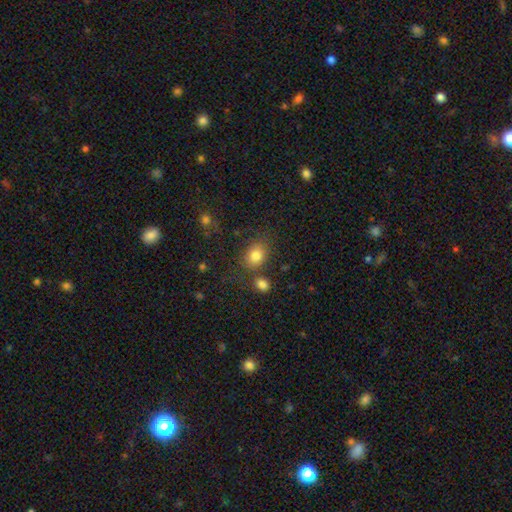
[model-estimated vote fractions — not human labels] A smooth galaxy with no disk features (82%) that is in between round and cigar-shaped (51%). Merging: none (69%).